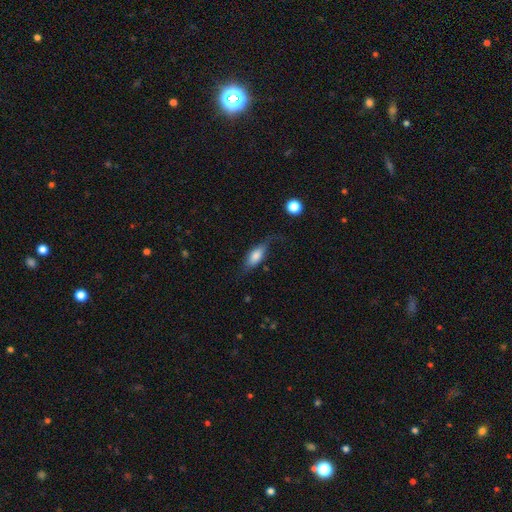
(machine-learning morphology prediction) A smooth galaxy with no disk features (69%) that is in between round and cigar-shaped (76%). Merging: none (52%).